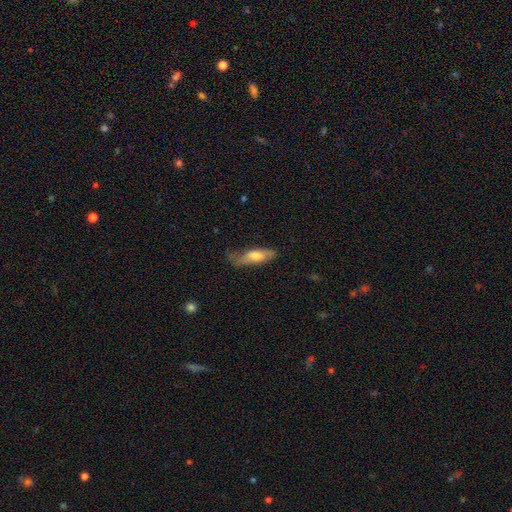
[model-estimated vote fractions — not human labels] Smooth or featured?
  - smooth: 61% *
  - featured or disk: 33%
  - star or artifact: 6%
How rounded?
  - cigar-shaped: 53% *
  - in between: 45%
  - round: 2%
Merging?
  - none: 54% *
  - minor disturbance: 30%
  - major disturbance: 13%
  - merger: 2%